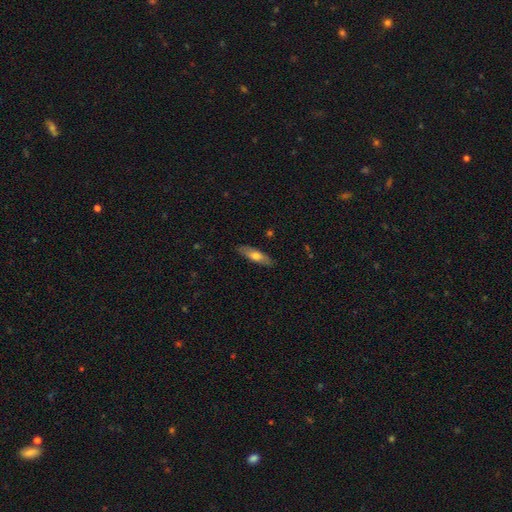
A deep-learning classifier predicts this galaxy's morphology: This appears to be a smooth galaxy with no disk features (60%) that is cigar-shaped (53%). Merging: none (86%).